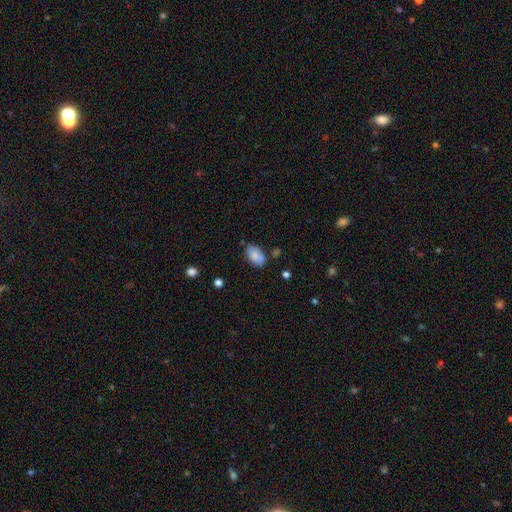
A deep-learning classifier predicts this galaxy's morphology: This appears to be a smooth galaxy with no disk features (83%) that is in between round and cigar-shaped (93%). Merging: none (68%).